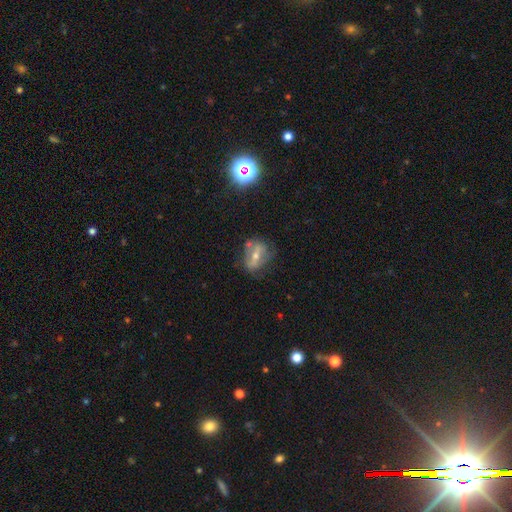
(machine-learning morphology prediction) Smooth or featured? featured or disk (57%)
Edge-on disk? no (88%)
Merging? none (61%)